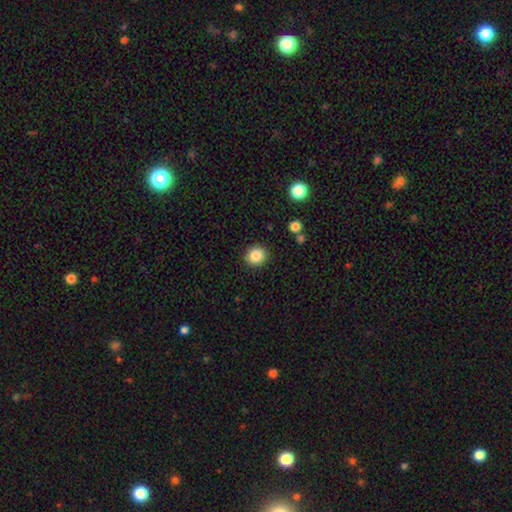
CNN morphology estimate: This appears to be a smooth galaxy with no disk features (85%) that is round (87%). Merging: none (91%).